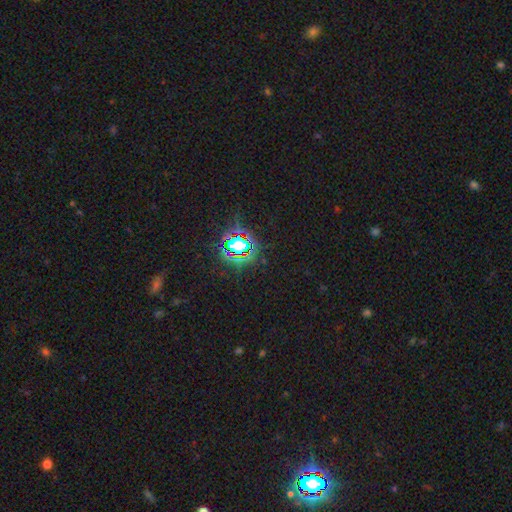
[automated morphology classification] smooth_or_featured: star or artifact (p=0.80) [alt: smooth p=0.13]